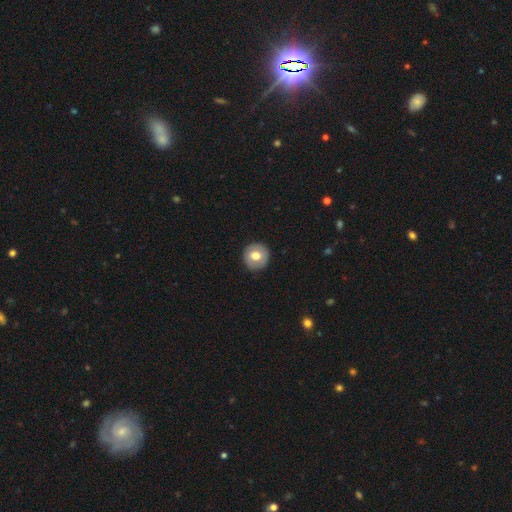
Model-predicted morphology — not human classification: Smooth or featured? Predicted: smooth (p=0.69). How rounded? Predicted: round (p=0.93). Merging? Predicted: none (p=0.91).